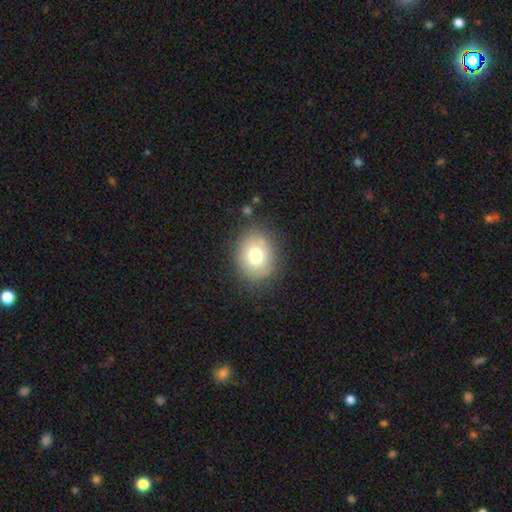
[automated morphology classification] Smooth or featured? smooth (73%)
How rounded? round (59%)
Merging? none (82%)